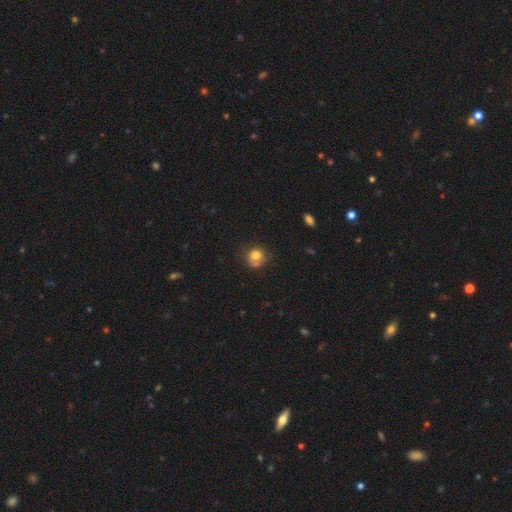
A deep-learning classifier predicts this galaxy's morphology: Q: Smooth or featured?
A: smooth (75%); runner-up: featured or disk (15%)
Q: How rounded?
A: round (79%); runner-up: in between (20%)
Q: Merging?
A: none (50%); runner-up: minor disturbance (23%)